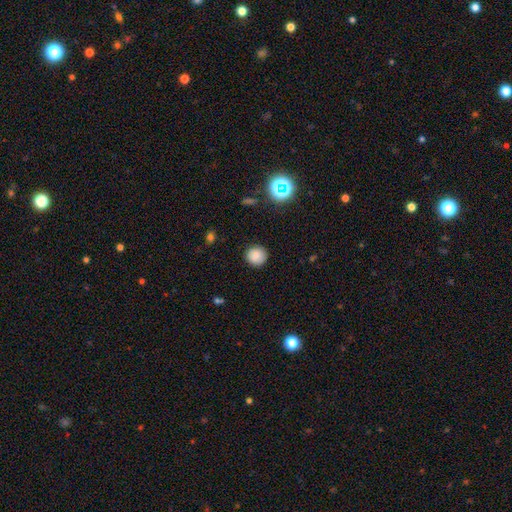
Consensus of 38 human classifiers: Morphology: type=smooth (87%); roundness=round (88%); merging=none (80%).